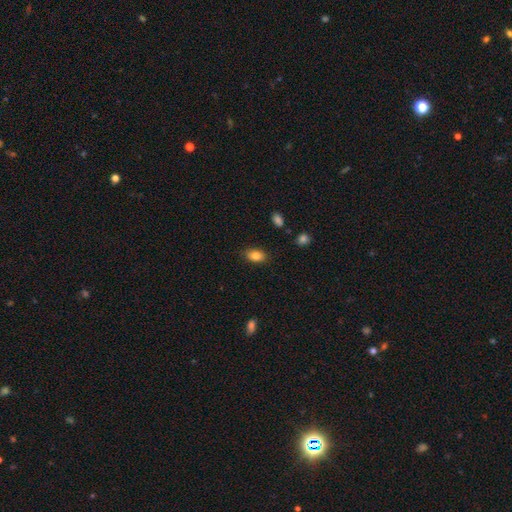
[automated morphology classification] Q: Smooth or featured?
A: smooth (84%); runner-up: star or artifact (8%)
Q: How rounded?
A: in between (87%); runner-up: round (11%)
Q: Merging?
A: none (85%); runner-up: minor disturbance (11%)